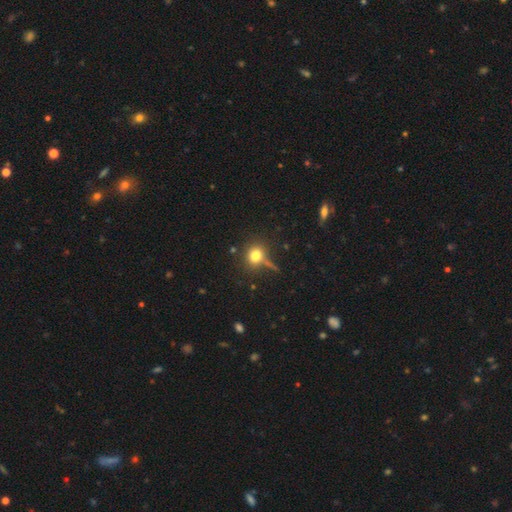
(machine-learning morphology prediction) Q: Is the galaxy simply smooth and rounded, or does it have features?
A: smooth — 77%.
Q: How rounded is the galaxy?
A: round — 78%.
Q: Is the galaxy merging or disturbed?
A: none — 68%.